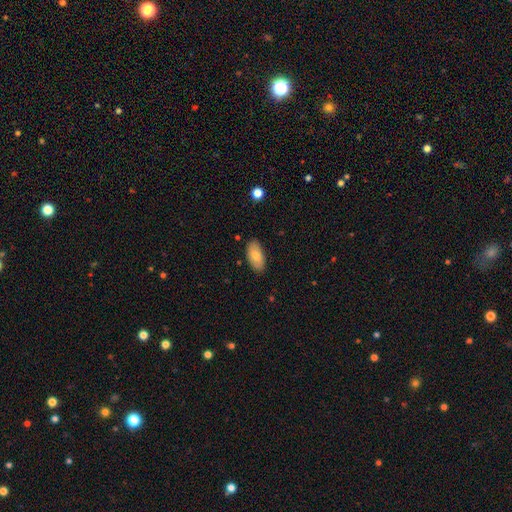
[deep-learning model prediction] A smooth galaxy with no disk features (75%) that is in between round and cigar-shaped (94%).

Vote fractions:
- Smooth or featured? smooth: 75% / featured or disk: 18% / star or artifact: 6%
- How rounded? in between: 94% / cigar-shaped: 4% / round: 3%
- Merging? none: 86% / minor disturbance: 11% / major disturbance: 2% / merger: 1%